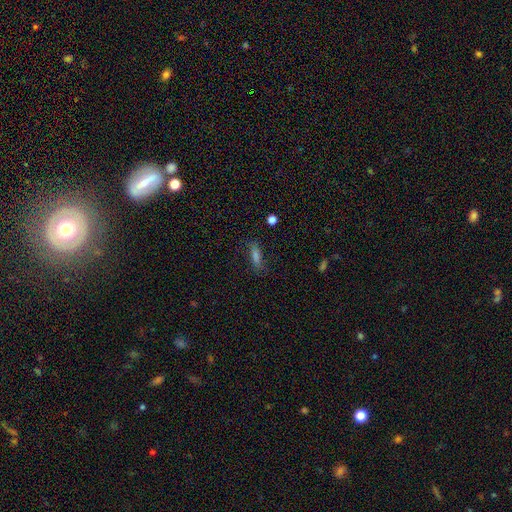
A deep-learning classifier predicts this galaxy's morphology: Q: Smooth or featured?
A: smooth (61%); runner-up: featured or disk (21%)
Q: How rounded?
A: cigar-shaped (65%); runner-up: in between (32%)
Q: Merging?
A: none (78%); runner-up: minor disturbance (15%)